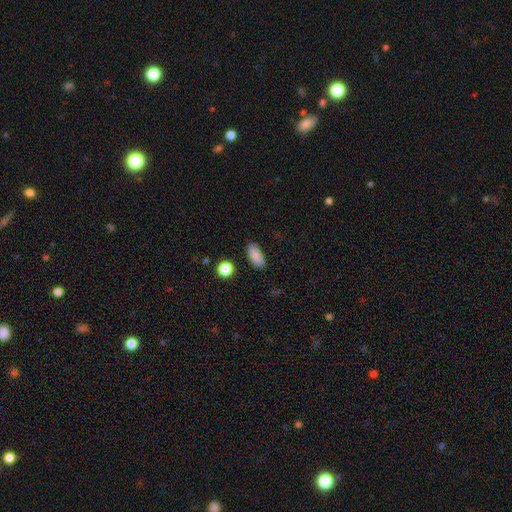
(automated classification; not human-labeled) This appears to be a smooth galaxy with no disk features (87%) that is in between round and cigar-shaped (86%). Merging: none (86%).